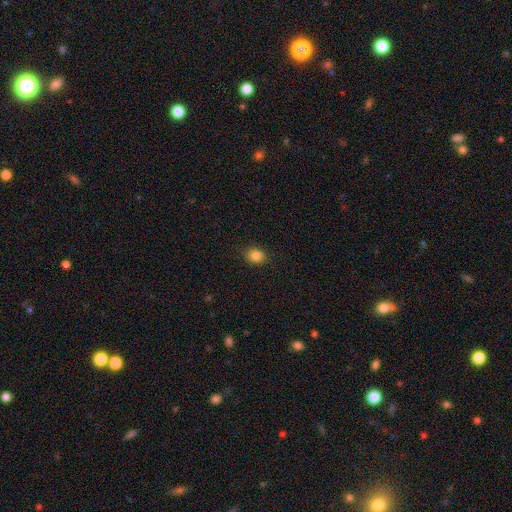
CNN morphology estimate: This appears to be a smooth galaxy with no disk features (85%) that is round (53%). Merging: none (89%).